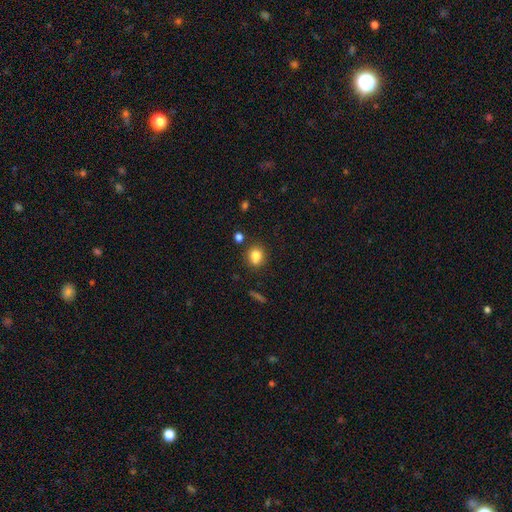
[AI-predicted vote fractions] This is likely a smooth galaxy (79%). How rounded: likely round (69%). Merging: likely none (64%).